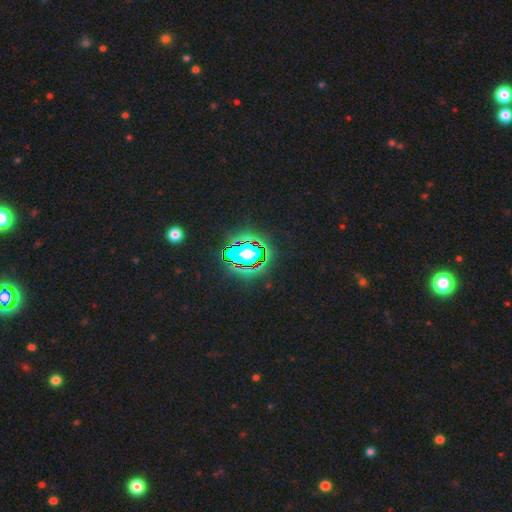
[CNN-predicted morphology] Smooth or featured: star or artifact — 76% (smooth — 14%)